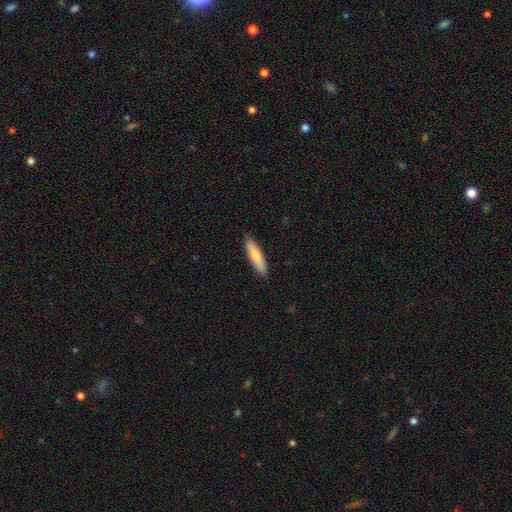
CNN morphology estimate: smooth_or_featured: smooth (p=0.78) [alt: featured or disk p=0.17]
how_rounded: cigar-shaped (p=0.78) [alt: in between p=0.20]
merging: none (p=0.89) [alt: minor disturbance p=0.09]